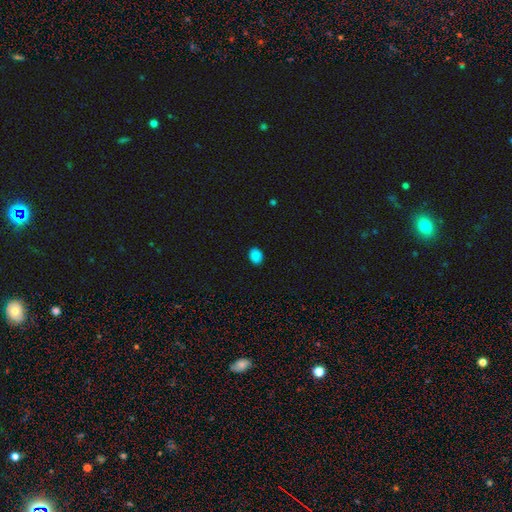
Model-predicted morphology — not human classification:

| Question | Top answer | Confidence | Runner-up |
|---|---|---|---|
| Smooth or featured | smooth | 85% | star or artifact (12%) |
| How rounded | in between | 58% | round (41%) |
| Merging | none | 89% | minor disturbance (8%) |